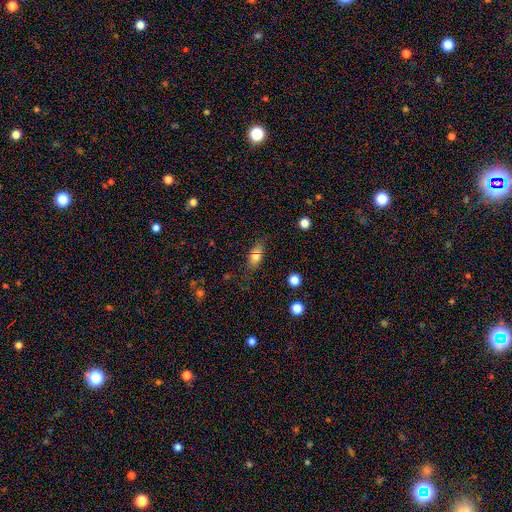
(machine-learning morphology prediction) Q: Smooth or featured?
A: smooth (70%); runner-up: featured or disk (17%)
Q: How rounded?
A: in between (74%); runner-up: cigar-shaped (15%)
Q: Merging?
A: none (73%); runner-up: minor disturbance (17%)